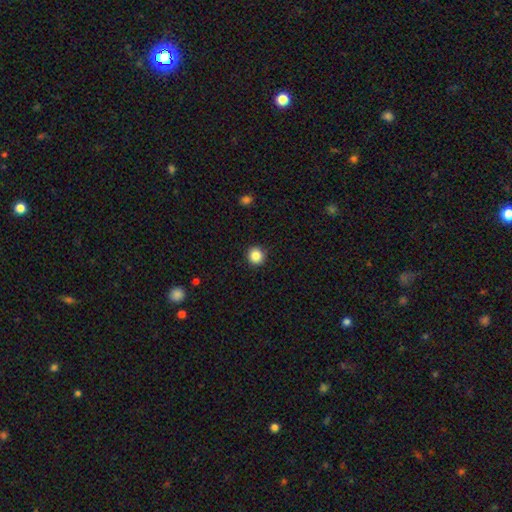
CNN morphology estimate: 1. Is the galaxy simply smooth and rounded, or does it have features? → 86% smooth, 10% star or artifact, 4% featured or disk.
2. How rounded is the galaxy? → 93% round, 6% in between, 1% cigar-shaped.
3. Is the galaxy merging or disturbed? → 92% none, 5% minor disturbance, 2% major disturbance, 1% merger.